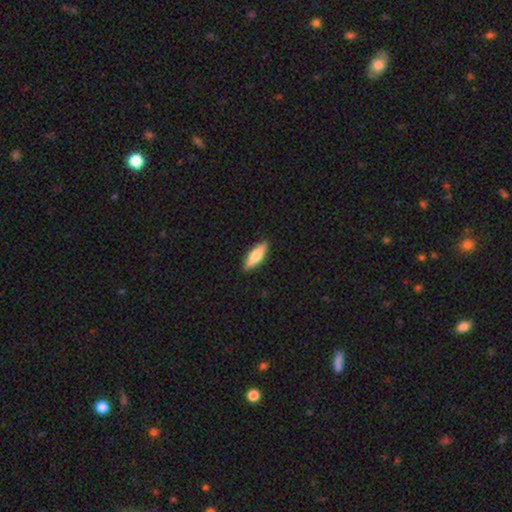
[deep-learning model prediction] smooth 67%, featured or disk 28%, star or artifact 5%. Down the decision tree: how rounded — cigar-shaped (54%); merging — none (90%).